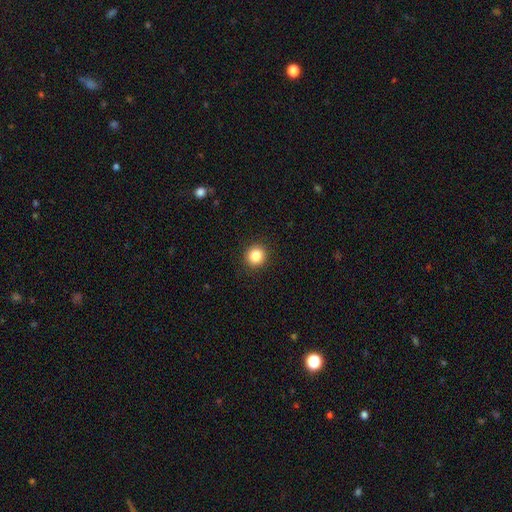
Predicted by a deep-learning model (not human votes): smooth_or_featured: smooth (p=0.85) [alt: star or artifact p=0.10]
how_rounded: round (p=0.89) [alt: in between p=0.10]
merging: none (p=0.92) [alt: minor disturbance p=0.05]